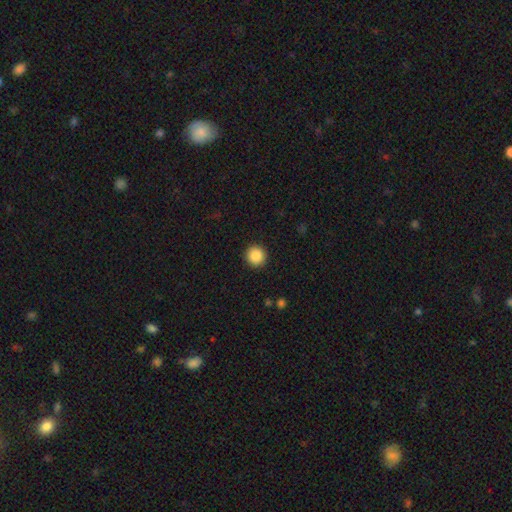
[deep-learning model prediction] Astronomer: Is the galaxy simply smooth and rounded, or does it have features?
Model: smooth — 88%.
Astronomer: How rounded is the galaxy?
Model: round — 95%.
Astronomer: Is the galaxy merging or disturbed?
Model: none — 92%.